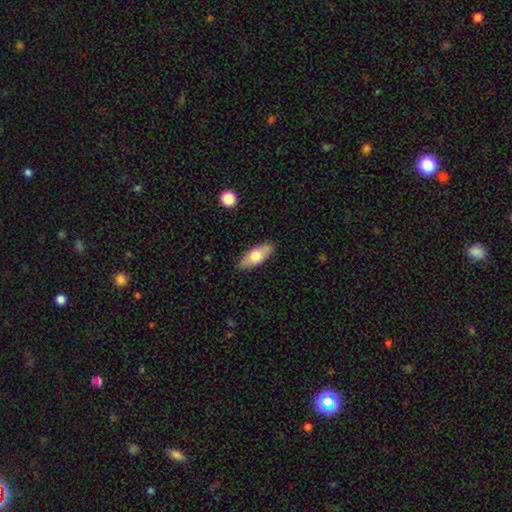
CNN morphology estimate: smooth-or-featured: smooth: 69% | featured or disk: 25% | star or artifact: 6%
  how-rounded: in between: 83% | cigar-shaped: 14% | round: 2%
  merging: none: 87% | minor disturbance: 10% | major disturbance: 2% | merger: 1%